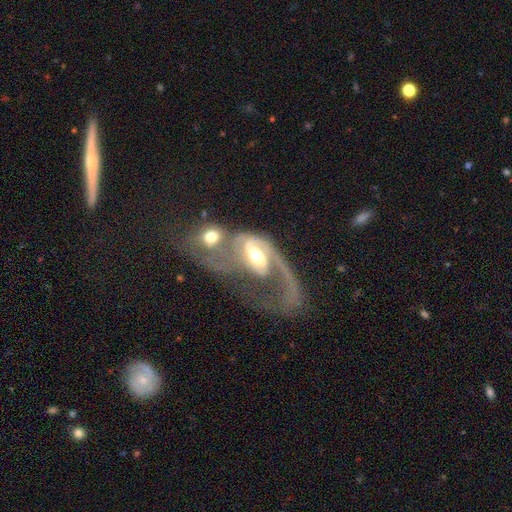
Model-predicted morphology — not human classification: Smooth or featured: featured or disk — 80% (smooth — 14%)
Edge-on disk: no — 94% (yes — 6%)
Bar: weak — 40% (no — 31%)
Spiral arms: yes — 87% (no — 13%)
Spiral winding: loose — 49% (medium — 33%)
Spiral arm count: 1 — 57% (2 — 28%)
Bulge size: moderate — 65% (small — 16%)
Merging: merger — 61% (major disturbance — 23%)